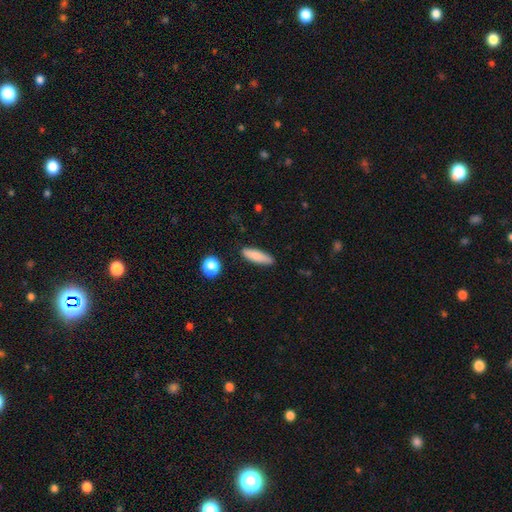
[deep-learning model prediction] smooth 82%, featured or disk 11%, star or artifact 7%. Down the decision tree: how rounded — cigar-shaped (59%); merging — none (85%).